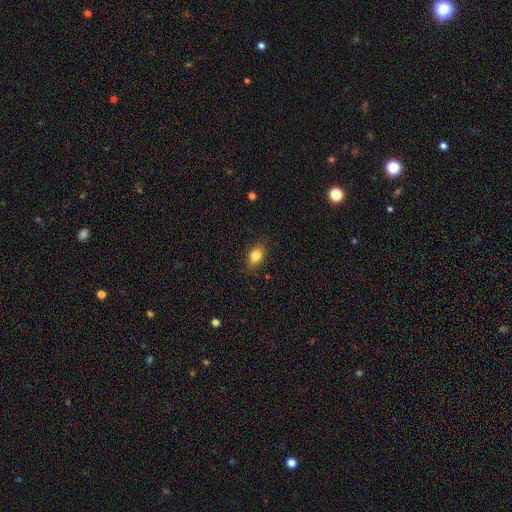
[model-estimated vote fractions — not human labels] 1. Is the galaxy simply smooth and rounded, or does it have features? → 82% smooth, 9% featured or disk, 9% star or artifact.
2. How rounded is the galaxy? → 78% in between, 19% round, 3% cigar-shaped.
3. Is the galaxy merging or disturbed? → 84% none, 13% minor disturbance, 3% major disturbance, 1% merger.